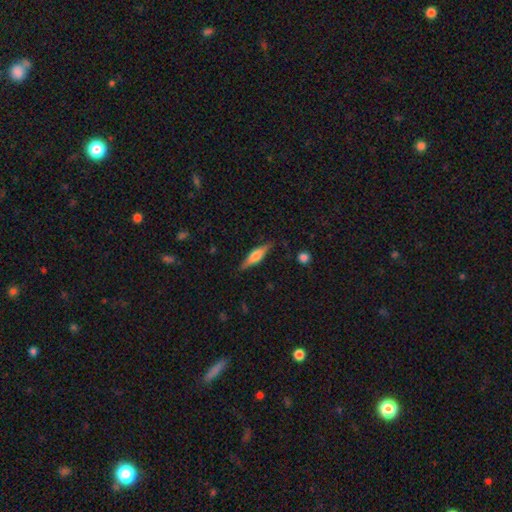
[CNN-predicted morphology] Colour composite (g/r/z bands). It shows a featured or disk galaxy (54%) viewed edge-on (95%) with a rounded central bulge (79%). Merging: none (84%).